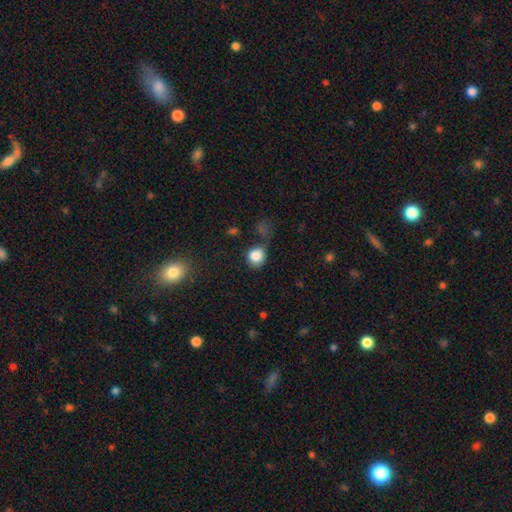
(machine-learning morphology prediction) smooth_or_featured: smooth (p=0.85) [alt: star or artifact p=0.09]
how_rounded: round (p=0.81) [alt: in between p=0.18]
merging: none (p=0.58) [alt: minor disturbance p=0.22]